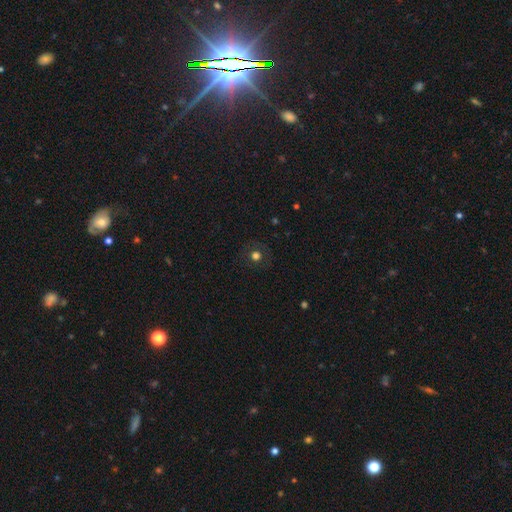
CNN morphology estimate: The model was most divided on "smooth or featured": smooth: 67%, star or artifact: 20%, featured or disk: 13%. More confident: how rounded — round (89%); merging — none (84%).